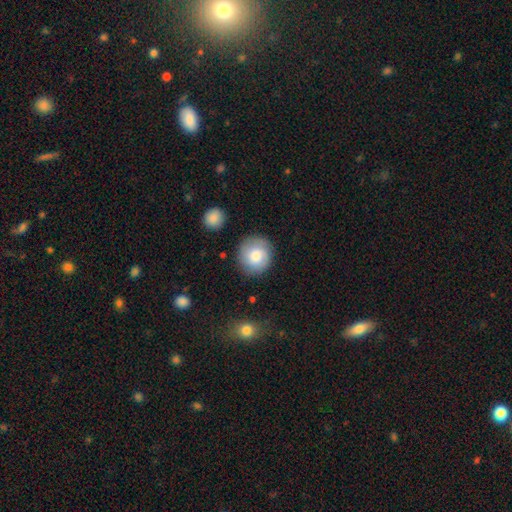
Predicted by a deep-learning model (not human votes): The model was most divided on "smooth or featured": smooth: 79%, featured or disk: 14%, star or artifact: 7%. More confident: how rounded — round (92%); merging — none (84%).